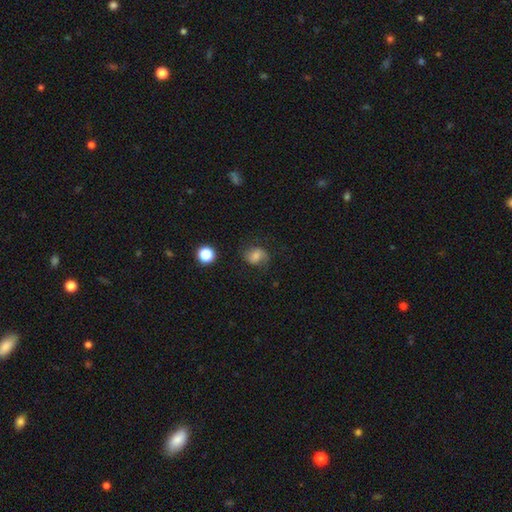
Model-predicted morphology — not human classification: smooth_or_featured: smooth (p=0.56) [alt: featured or disk p=0.30]
how_rounded: round (p=0.57) [alt: in between p=0.42]
merging: none (p=0.68) [alt: minor disturbance p=0.21]